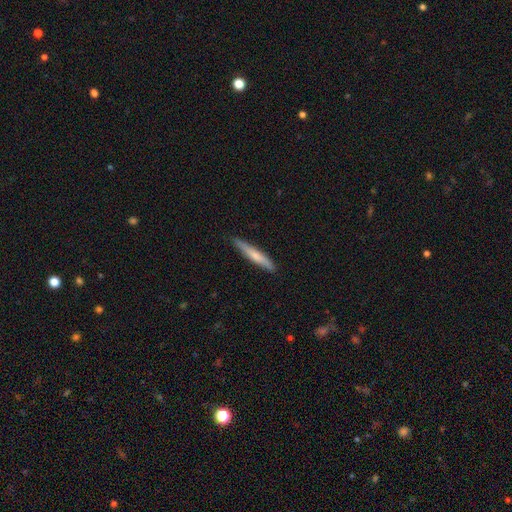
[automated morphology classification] Smooth or featured?
  - smooth: 62% *
  - featured or disk: 33%
  - star or artifact: 5%
How rounded?
  - cigar-shaped: 94% *
  - in between: 5%
  - round: 1%
Merging?
  - none: 86% *
  - minor disturbance: 11%
  - major disturbance: 2%
  - merger: 1%